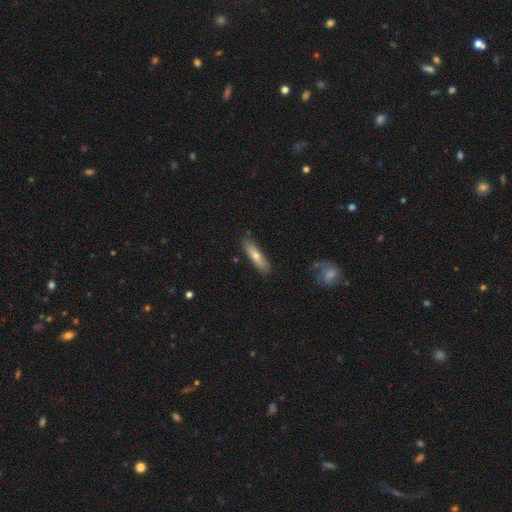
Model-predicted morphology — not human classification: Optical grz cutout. It shows a smooth galaxy with no disk features (60%) that is cigar-shaped (76%). Merging: none (85%).